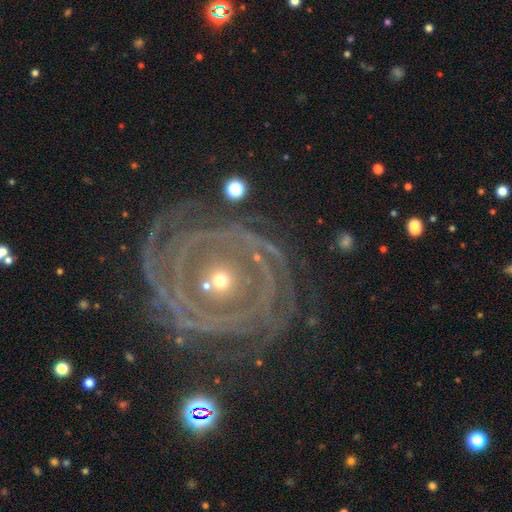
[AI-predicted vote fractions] This is clearly a featured or disk galaxy (89%). It is clearly not viewed edge-on (97%). Bar: likely no (66%). Spiral arm pattern: clearly yes (96%). Spiral arm count: marginally 2 (25%). Spiral winding: clearly tight (86%). Central bulge: likely small (63%). Merging: likely none (77%).